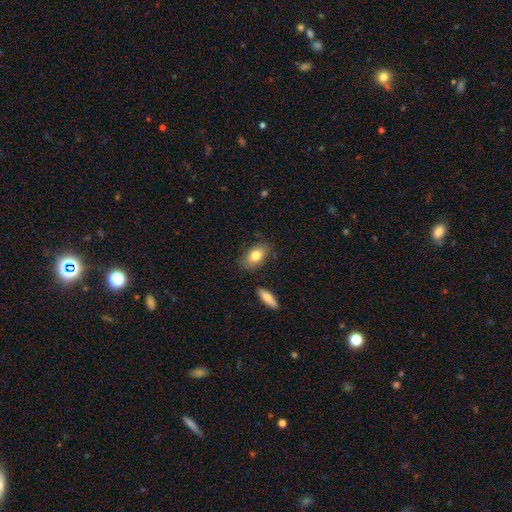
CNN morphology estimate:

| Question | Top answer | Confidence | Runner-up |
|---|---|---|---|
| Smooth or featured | smooth | 77% | featured or disk (15%) |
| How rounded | in between | 88% | round (10%) |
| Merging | none | 78% | minor disturbance (15%) |